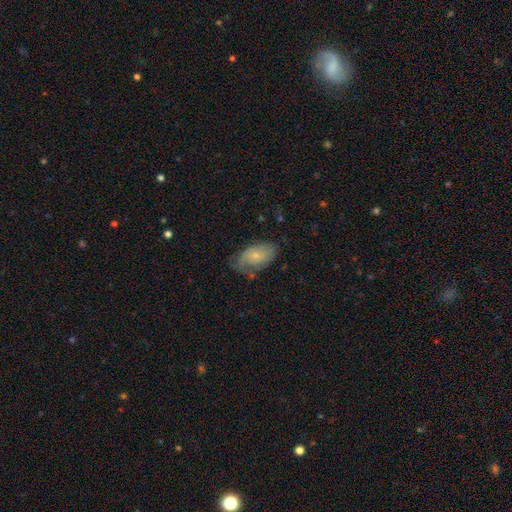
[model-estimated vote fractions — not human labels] A smooth galaxy with no disk features (58%) that is in between round and cigar-shaped (92%). Merging: none (58%).